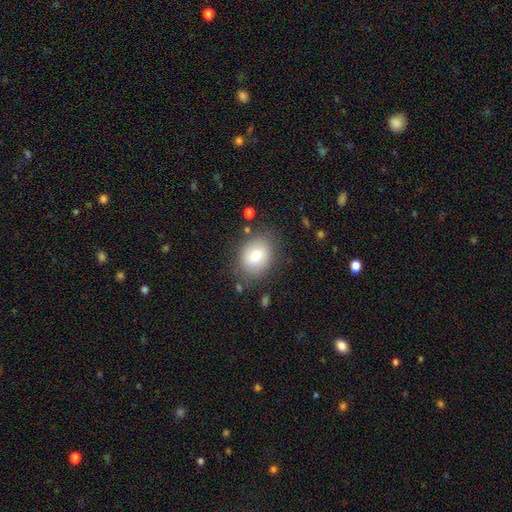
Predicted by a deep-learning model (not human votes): This is likely a smooth galaxy (76%). How rounded: possibly round (50%). Merging: likely none (79%).